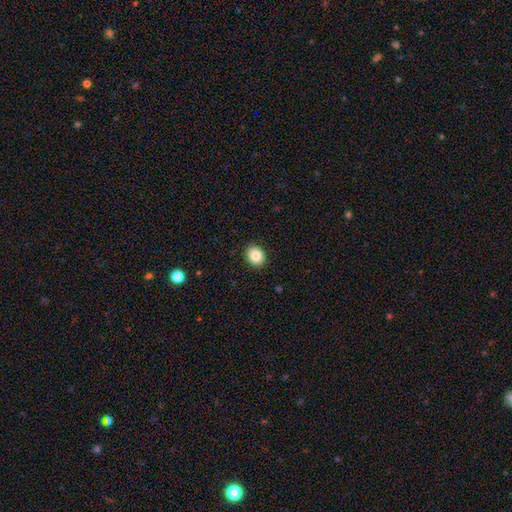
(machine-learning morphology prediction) Smooth or featured?
  - smooth: 85% *
  - star or artifact: 9%
  - featured or disk: 6%
How rounded?
  - round: 66% *
  - in between: 33%
  - cigar-shaped: 1%
Merging?
  - none: 91% *
  - minor disturbance: 6%
  - major disturbance: 2%
  - merger: 1%